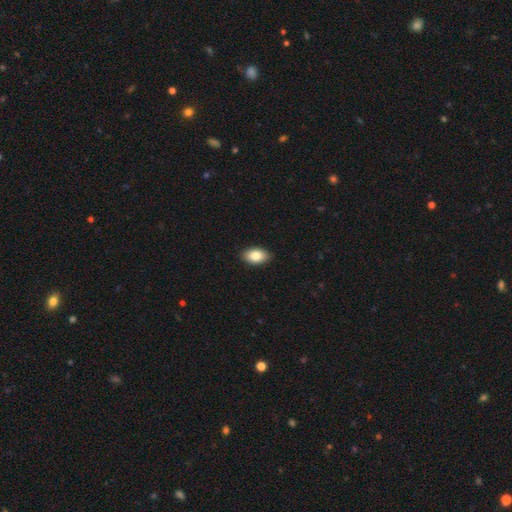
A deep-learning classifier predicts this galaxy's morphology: smooth 83%, featured or disk 9%, star or artifact 7%. Down the decision tree: how rounded — in between (91%); merging — none (90%).